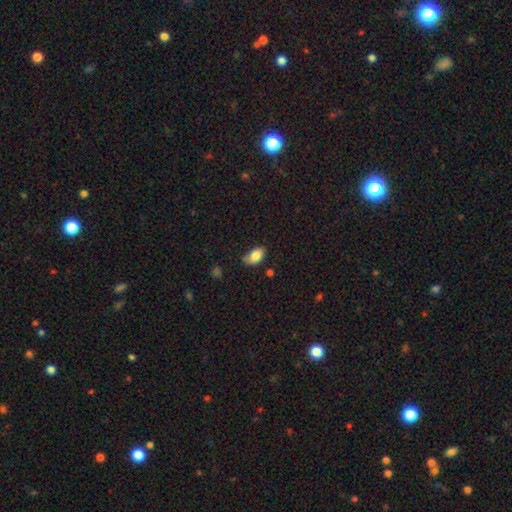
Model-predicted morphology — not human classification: smooth 82%, featured or disk 10%, star or artifact 8%. Down the decision tree: how rounded — in between (91%); merging — none (65%).